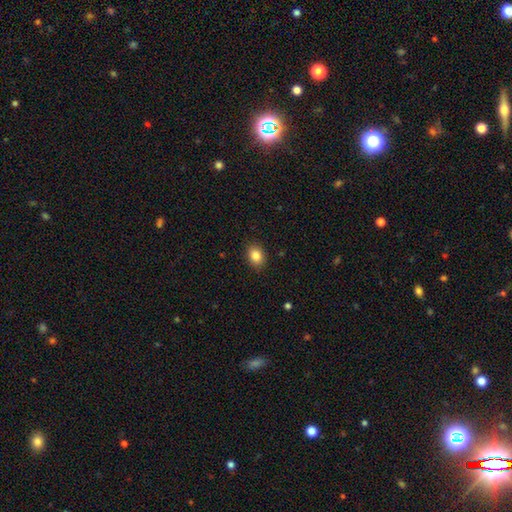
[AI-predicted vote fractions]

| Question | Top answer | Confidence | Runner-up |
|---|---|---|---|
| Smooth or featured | smooth | 85% | star or artifact (9%) |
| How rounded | in between | 65% | round (34%) |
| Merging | none | 89% | minor disturbance (8%) |